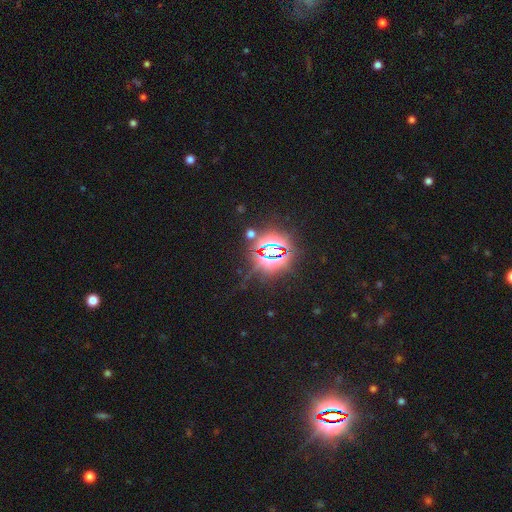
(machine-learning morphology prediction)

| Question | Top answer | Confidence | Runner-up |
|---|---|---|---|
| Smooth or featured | star or artifact | 85% | smooth (9%) |